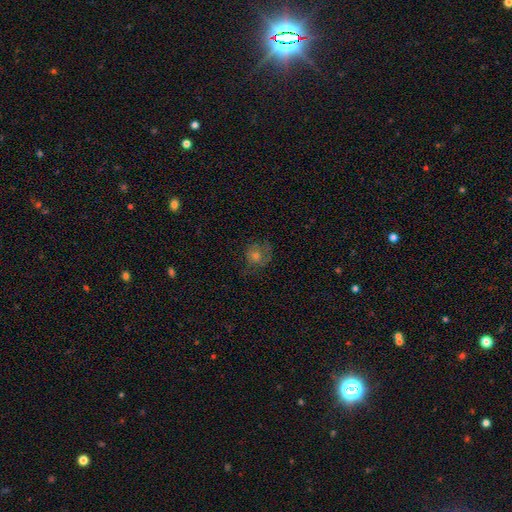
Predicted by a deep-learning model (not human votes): Smooth or featured: smooth — 45% (featured or disk — 36%)
Merging: none — 64% (minor disturbance — 20%)